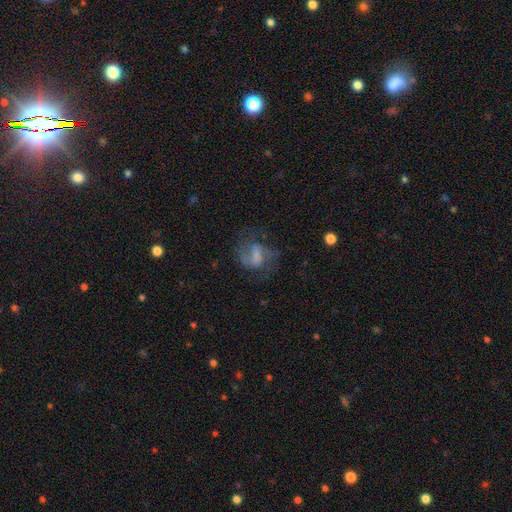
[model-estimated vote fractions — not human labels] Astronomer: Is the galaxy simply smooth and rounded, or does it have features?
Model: featured or disk — 59%.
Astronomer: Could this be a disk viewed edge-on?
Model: no — 97%.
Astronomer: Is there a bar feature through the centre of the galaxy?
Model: weak — 46% (runner-up: no, 28%).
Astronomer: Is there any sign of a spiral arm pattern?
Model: yes — 75%.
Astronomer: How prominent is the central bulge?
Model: none — 36% (runner-up: small, 26%).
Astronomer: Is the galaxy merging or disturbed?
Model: none — 46% (runner-up: major disturbance, 31%).